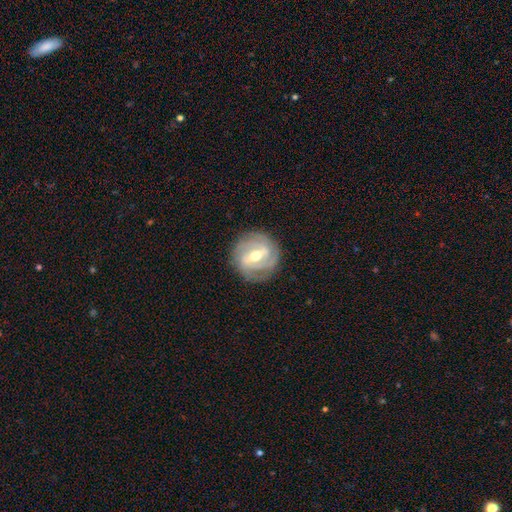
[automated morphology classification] Smooth or featured? featured or disk (84%)
Edge-on disk? no (96%)
Bar? weak (45%)
Spiral arms? yes (92%)
Spiral winding? tight (65%)
Spiral arm count? 2 (39%)
Bulge size? moderate (74%)
Merging? none (83%)